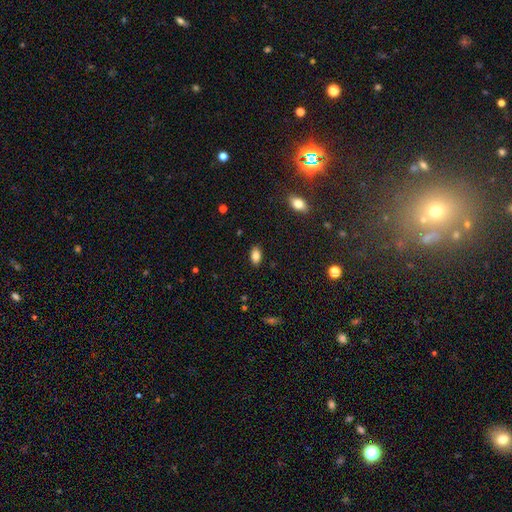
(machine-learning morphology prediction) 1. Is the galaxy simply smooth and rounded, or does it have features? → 84% smooth, 9% star or artifact, 7% featured or disk.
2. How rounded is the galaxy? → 90% in between, 8% round, 2% cigar-shaped.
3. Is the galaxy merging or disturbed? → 87% none, 9% minor disturbance, 2% major disturbance, 1% merger.